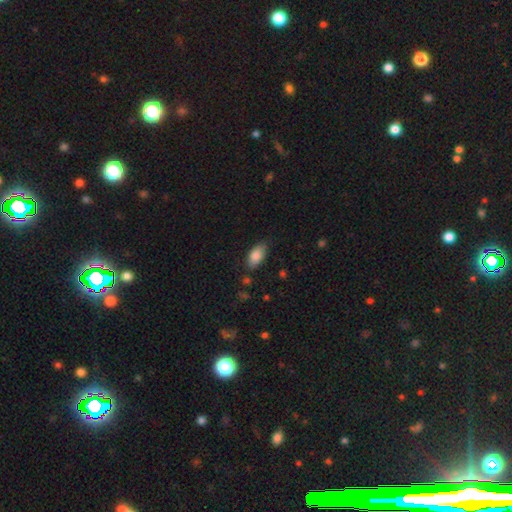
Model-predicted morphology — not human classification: smooth-or-featured: smooth: 85% | featured or disk: 8% | star or artifact: 7%
  how-rounded: in between: 92% | cigar-shaped: 5% | round: 3%
  merging: none: 76% | minor disturbance: 19% | major disturbance: 3% | merger: 2%